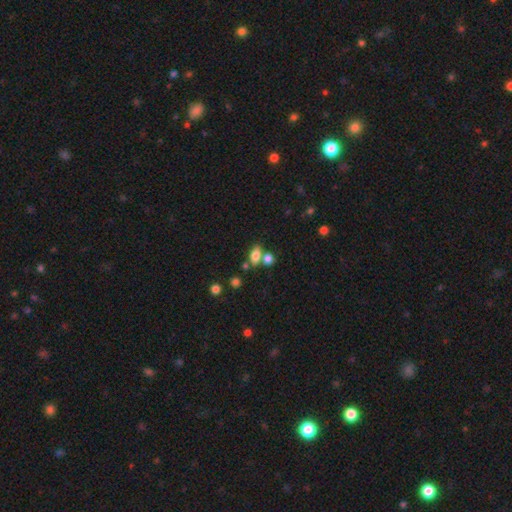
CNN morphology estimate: A smooth galaxy with no disk features (78%) that is in between round and cigar-shaped (84%).

Vote fractions:
- Smooth or featured? smooth: 78% / star or artifact: 11% / featured or disk: 11%
- How rounded? in between: 84% / round: 11% / cigar-shaped: 5%
- Merging? none: 52% / merger: 32% / minor disturbance: 12% / major disturbance: 5%